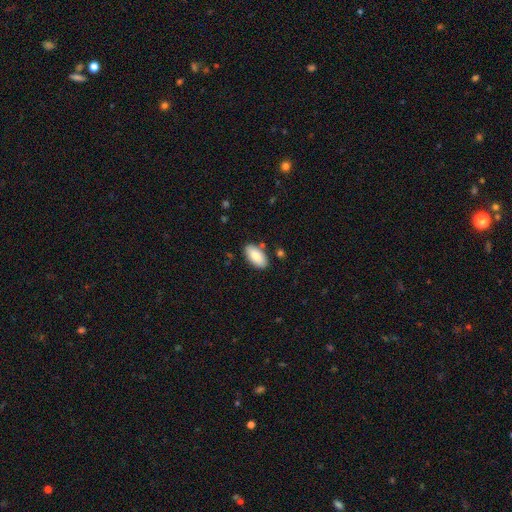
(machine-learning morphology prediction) Smooth or featured? smooth (79%)
How rounded? in between (93%)
Merging? none (83%)